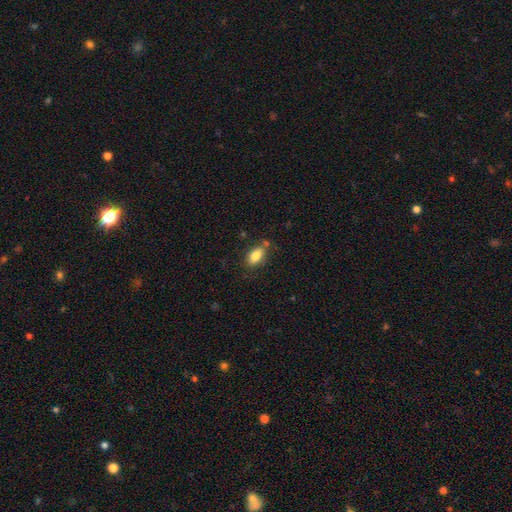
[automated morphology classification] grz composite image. It shows a smooth galaxy with no disk features (82%) that is in between round and cigar-shaped (89%). Merging: none (71%).